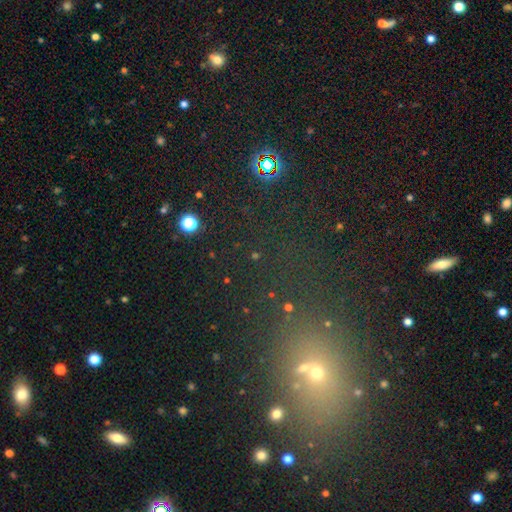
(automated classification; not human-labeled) A star or artifact, not a galaxy (62%).